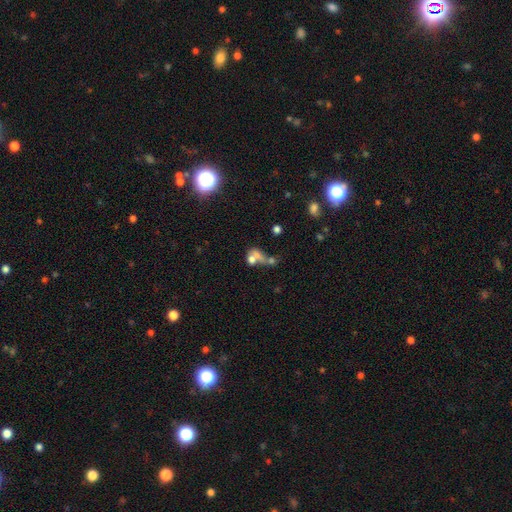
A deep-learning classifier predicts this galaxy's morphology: Smooth or featured: smooth — 47% (star or artifact — 30%)
Merging: merger — 49% (none — 29%)